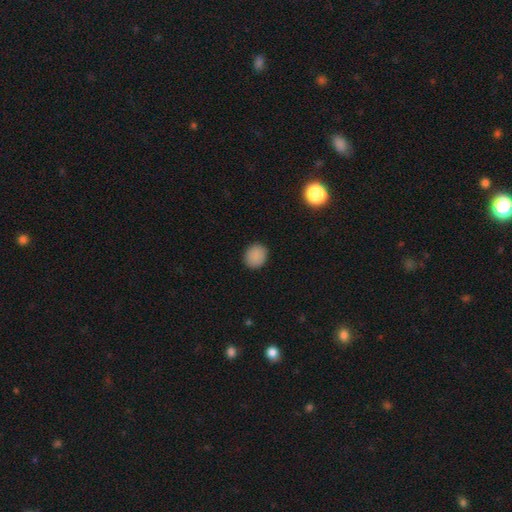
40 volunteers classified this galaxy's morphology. A smooth galaxy with no disk features (88%) that is round (74%).

Vote fractions:
- Smooth or featured? smooth: 88% / star or artifact: 12% / featured or disk: 0%
- How rounded? round: 74% / in between: 26% / cigar-shaped: 0%
- Merging? none: 86% / minor disturbance: 11% / major disturbance: 3% / merger: 0%